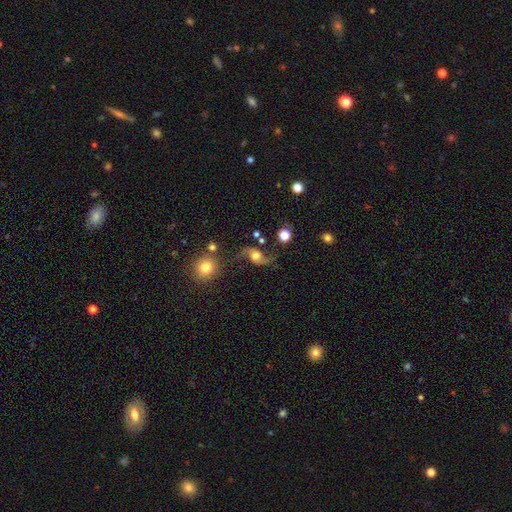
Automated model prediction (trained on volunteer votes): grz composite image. It shows a featured or disk galaxy (64%) with no bar (69%), 2 (92%) loose (81%) spiral arms (91%) and a moderate central bulge (55%). Merging: none (62%).